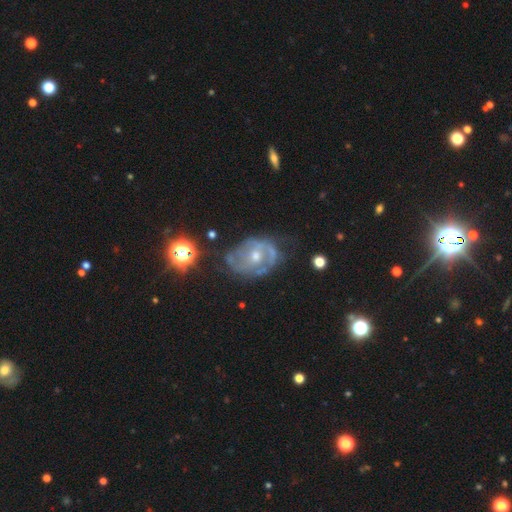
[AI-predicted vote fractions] Smooth or featured: featured or disk — 80% (smooth — 12%)
Edge-on disk: no — 97% (yes — 3%)
Bar: no — 65% (weak — 28%)
Spiral arms: yes — 81% (no — 19%)
Spiral winding: tight — 43% (medium — 41%)
Spiral arm count: 2 — 47% (can't tell — 30%)
Bulge size: moderate — 52% (small — 44%)
Merging: none — 56% (minor disturbance — 26%)